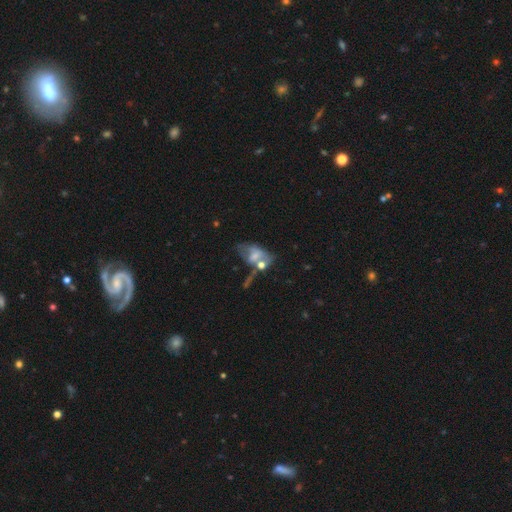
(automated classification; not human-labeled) Overall: featured or disk (45%; smooth 44%). Merging: merger (36%; major disturbance 25%).